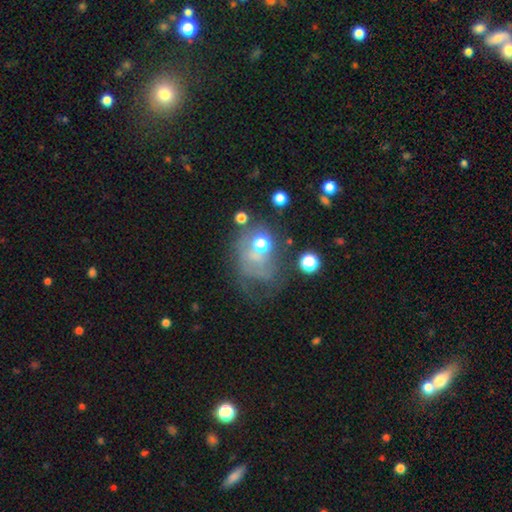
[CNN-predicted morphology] Q: Smooth or featured?
A: featured or disk (37%); runner-up: smooth (36%)
Q: Merging?
A: none (35%); tied with: major disturbance (35%)